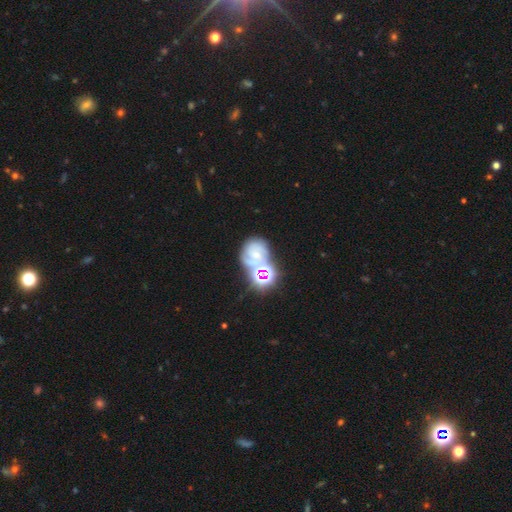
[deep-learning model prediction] This appears to be a featured or disk galaxy (53%) with no bar (67%), spiral arms (86%) and a small central bulge (60%). Merging: none (45%).